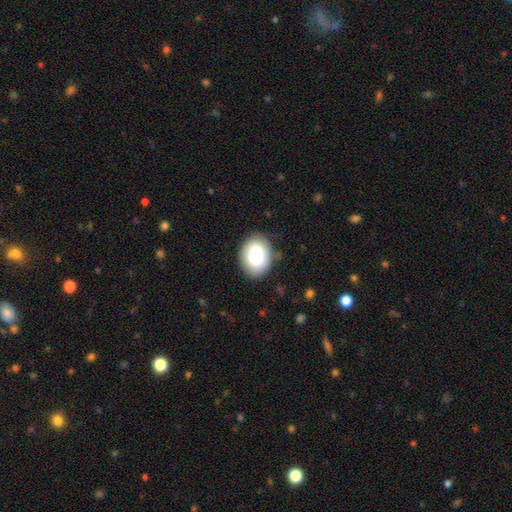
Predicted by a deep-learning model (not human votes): The model was most divided on "how rounded": in between: 67%, round: 32%, cigar-shaped: 1%. More confident: merging — none (84%); smooth or featured — smooth (81%).